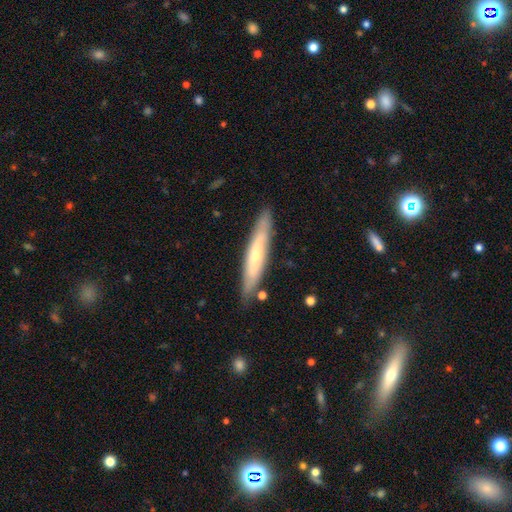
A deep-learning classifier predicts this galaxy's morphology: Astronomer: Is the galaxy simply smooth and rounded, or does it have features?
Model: featured or disk — 49% (runner-up: smooth, 45%).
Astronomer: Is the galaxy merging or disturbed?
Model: none — 82%.